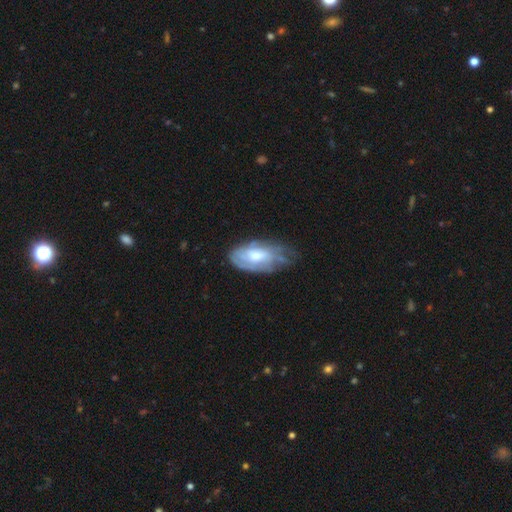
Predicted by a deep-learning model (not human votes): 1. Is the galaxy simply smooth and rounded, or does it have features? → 60% featured or disk, 33% smooth, 6% star or artifact.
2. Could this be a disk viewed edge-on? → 92% no, 8% yes.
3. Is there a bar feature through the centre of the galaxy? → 63% no, 31% weak, 6% strong.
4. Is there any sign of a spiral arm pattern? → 69% yes, 31% no.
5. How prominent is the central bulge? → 59% moderate, 26% small, 10% large, 3% none, 1% dominant.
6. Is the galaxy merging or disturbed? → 48% none, 34% minor disturbance, 16% major disturbance, 2% merger.